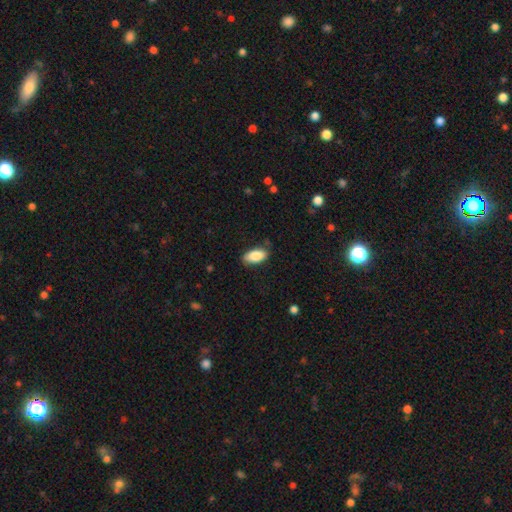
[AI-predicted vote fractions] Overall: smooth (87%). How rounded: in between (93%). Merging: none (80%).